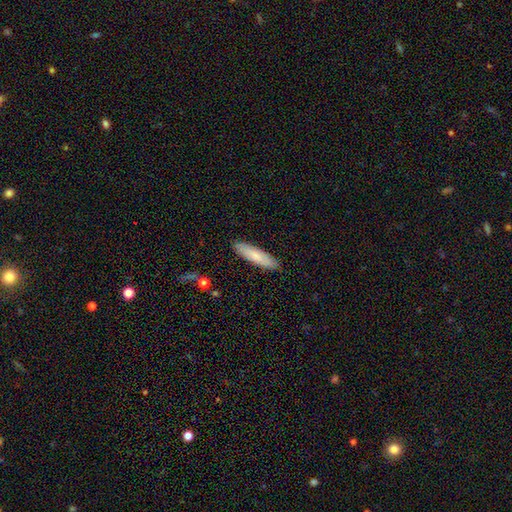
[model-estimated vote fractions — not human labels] Smooth or featured? Predicted: smooth (p=0.76). How rounded? Predicted: cigar-shaped (p=0.71). Merging? Predicted: none (p=0.90).